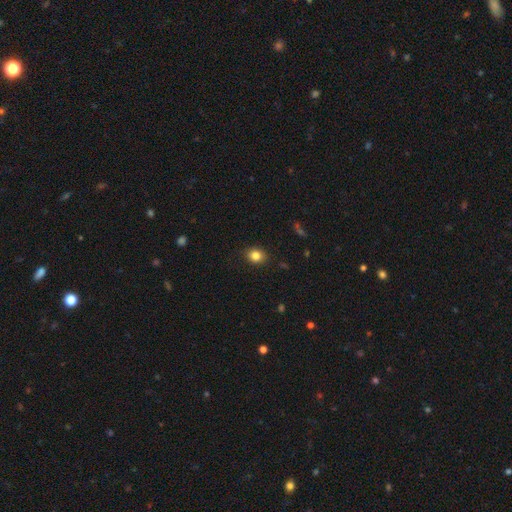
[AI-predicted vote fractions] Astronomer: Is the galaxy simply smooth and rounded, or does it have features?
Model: smooth — 84%.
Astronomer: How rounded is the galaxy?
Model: round — 58% (runner-up: in between, 41%).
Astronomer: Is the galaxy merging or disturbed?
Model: none — 88%.